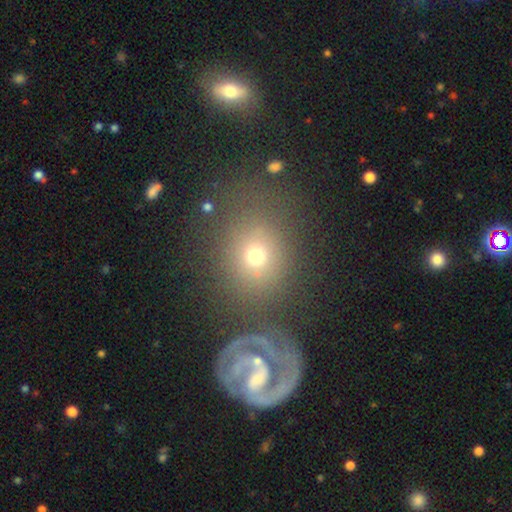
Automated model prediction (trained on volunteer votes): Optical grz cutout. It shows a smooth galaxy with no disk features (68%) that is round (61%). Merging: none (68%).